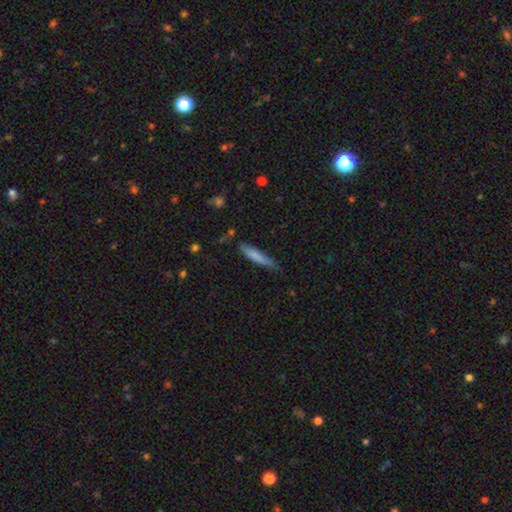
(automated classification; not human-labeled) Smooth or featured? smooth (76%)
How rounded? cigar-shaped (89%)
Merging? none (63%)